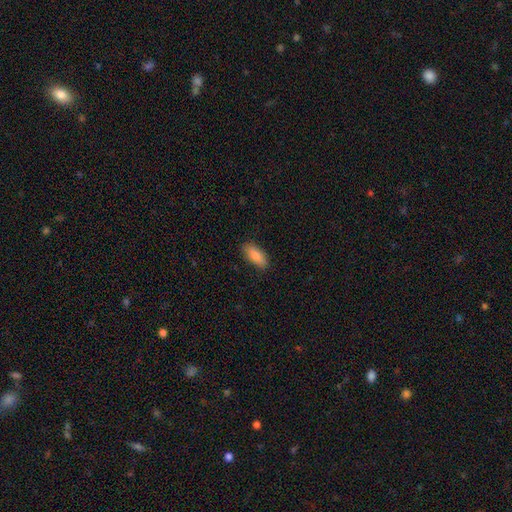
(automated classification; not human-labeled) The model was most divided on "how rounded": in between: 76%, cigar-shaped: 22%, round: 2%. More confident: smooth or featured — smooth (88%); merging — none (84%).